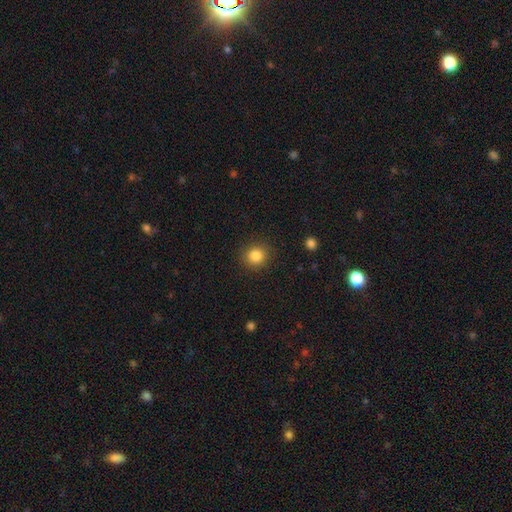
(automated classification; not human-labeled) Overall: smooth (85%). How rounded: round (89%). Merging: none (89%).